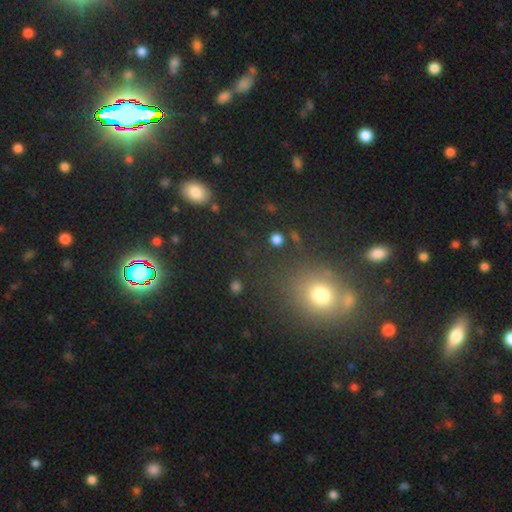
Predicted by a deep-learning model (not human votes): Overall: smooth (50%; star or artifact 40%). Merging: none (77%).